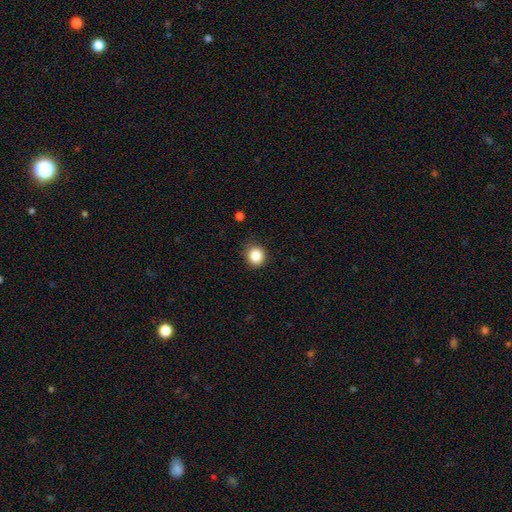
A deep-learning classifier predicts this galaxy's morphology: Smooth or featured? Predicted: smooth (p=0.86). How rounded? Predicted: round (p=0.88). Merging? Predicted: none (p=0.86).